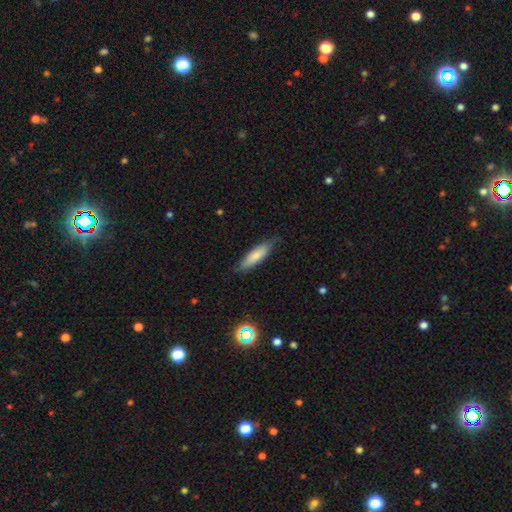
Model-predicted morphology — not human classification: A smooth galaxy with no disk features (77%) that is cigar-shaped (62%). Merging: none (78%).